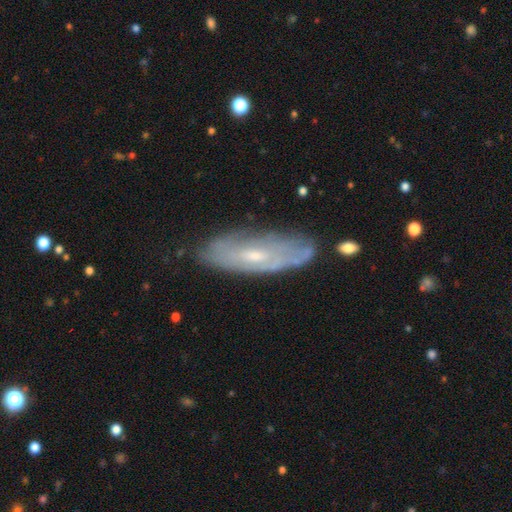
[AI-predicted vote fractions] This appears to be a featured or disk galaxy (60%). Merging: none (71%).